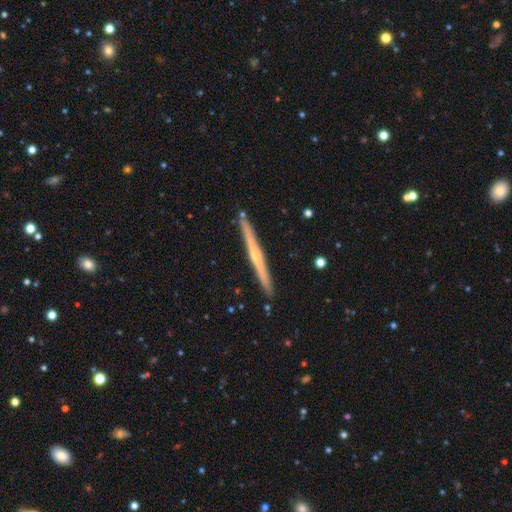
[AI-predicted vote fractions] Smooth or featured: featured or disk — 73% (smooth — 22%)
Edge-on disk: yes — 98% (no — 2%)
Edge-on bulge: rounded — 59% (none — 37%)
Merging: none — 92% (minor disturbance — 6%)